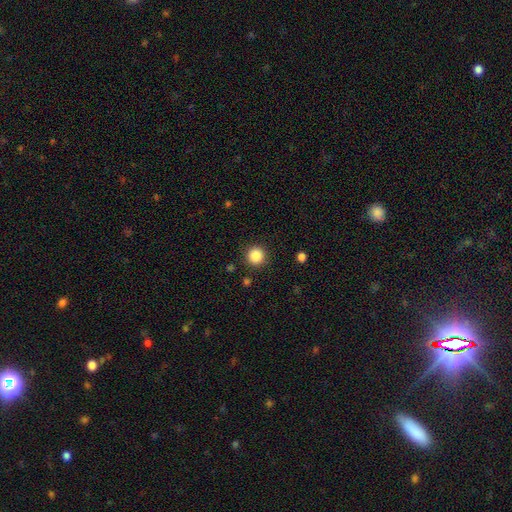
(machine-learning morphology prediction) The model was most divided on "smooth or featured": smooth: 87%, star or artifact: 10%, featured or disk: 3%. More confident: how rounded — round (95%); merging — none (90%).